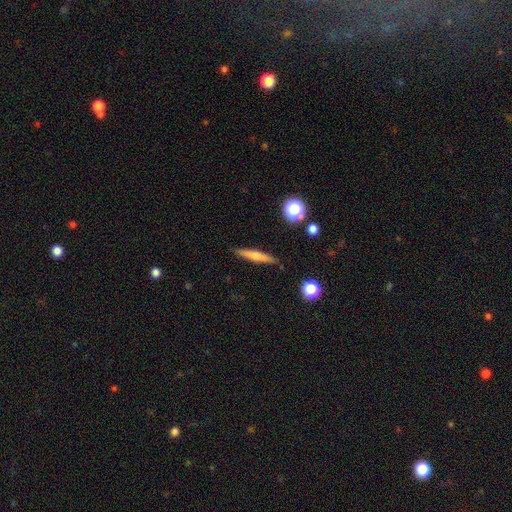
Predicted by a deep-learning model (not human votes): Smooth or featured? Predicted: smooth (p=0.56). How rounded? Predicted: cigar-shaped (p=0.90). Merging? Predicted: none (p=0.88).